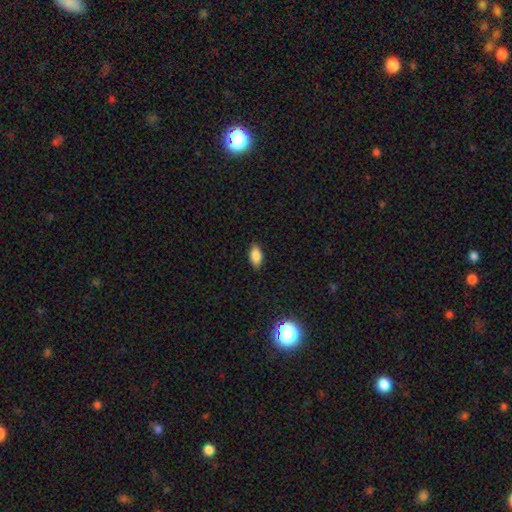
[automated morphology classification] Smooth or featured?
  - smooth: 84% *
  - star or artifact: 9%
  - featured or disk: 7%
How rounded?
  - in between: 90% *
  - cigar-shaped: 6%
  - round: 4%
Merging?
  - none: 88% *
  - minor disturbance: 9%
  - major disturbance: 2%
  - merger: 1%